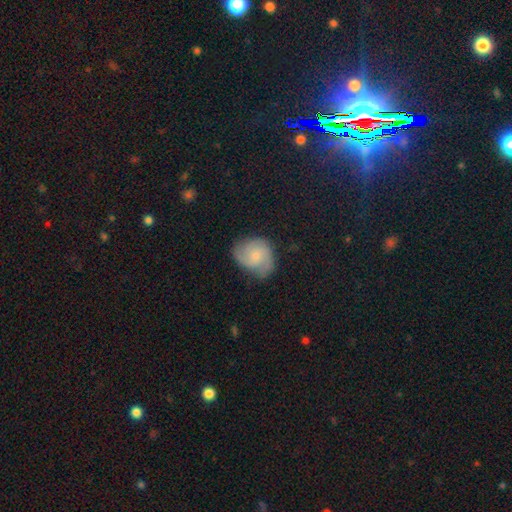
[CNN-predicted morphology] featured or disk 63%, smooth 30%, star or artifact 7%. Down the decision tree: edge-on disk — no (98%); bar — no (70%); spiral arms — yes (93%); spiral arm count — 2 (54%); spiral winding — medium (45%); bulge size — small (55%); merging — none (63%).